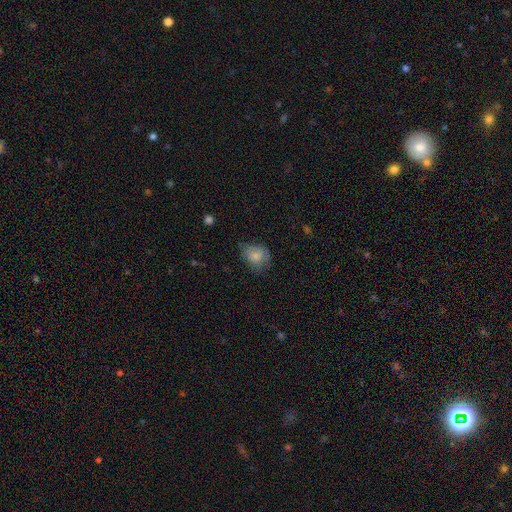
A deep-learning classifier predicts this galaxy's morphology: Smooth or featured: smooth — 75% (featured or disk — 16%)
How rounded: round — 56% (in between — 43%)
Merging: none — 48% (minor disturbance — 35%)